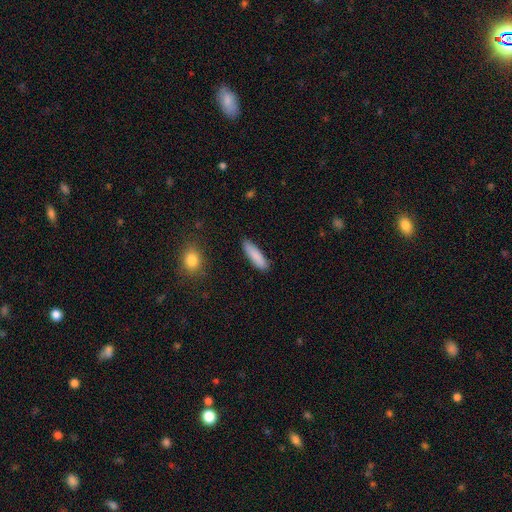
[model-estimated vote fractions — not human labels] Morphology: type=smooth (87%); roundness=cigar-shaped (68%); merging=none (85%).